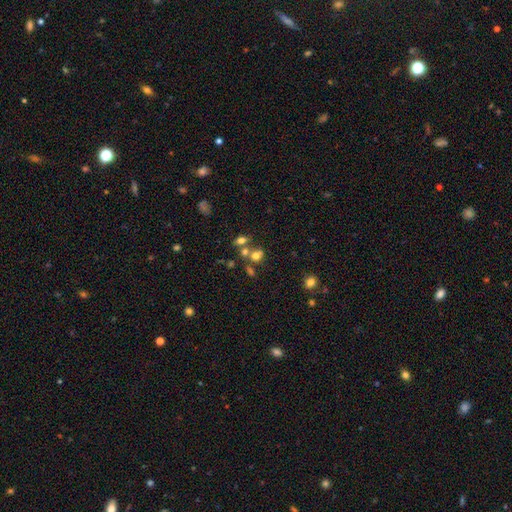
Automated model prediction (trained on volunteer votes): smooth_or_featured: smooth (p=0.65) [alt: star or artifact p=0.18]
how_rounded: round (p=0.61) [alt: in between p=0.37]
merging: merger (p=0.43) [alt: none p=0.41]